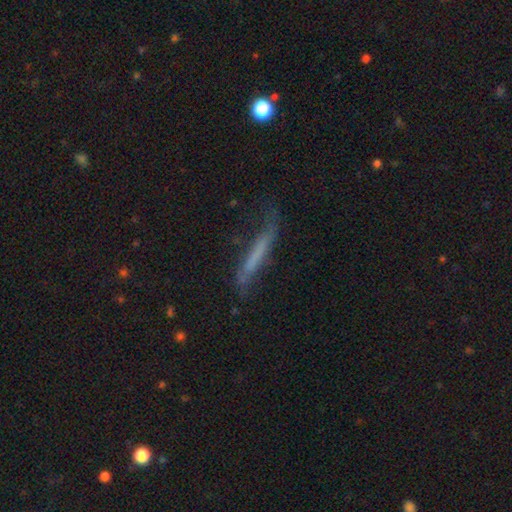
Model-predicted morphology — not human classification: type=smooth (49%); merging=none (53%).